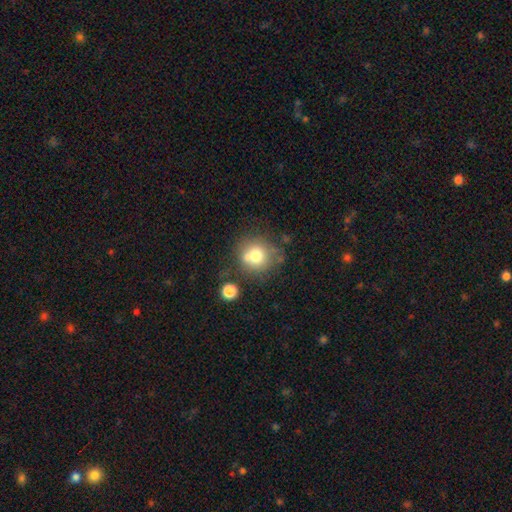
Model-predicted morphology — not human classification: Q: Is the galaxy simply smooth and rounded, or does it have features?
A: smooth — 71%.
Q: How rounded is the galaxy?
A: round — 87%.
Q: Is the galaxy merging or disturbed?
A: none — 58%.